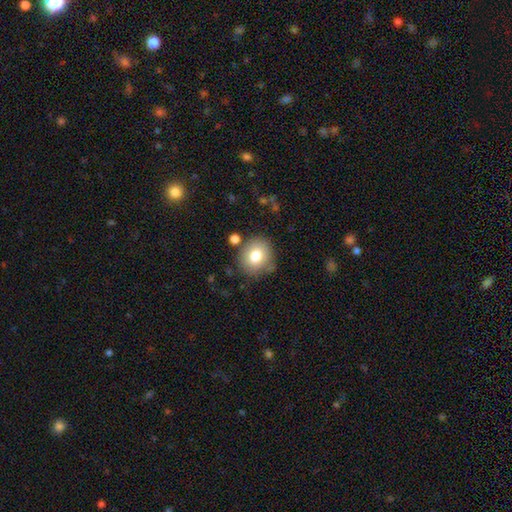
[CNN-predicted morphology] A smooth galaxy with no disk features (78%) that is round (74%).

Vote fractions:
- Smooth or featured? smooth: 78% / featured or disk: 13% / star or artifact: 10%
- How rounded? round: 74% / in between: 25% / cigar-shaped: 1%
- Merging? none: 77% / minor disturbance: 13% / merger: 5% / major disturbance: 4%